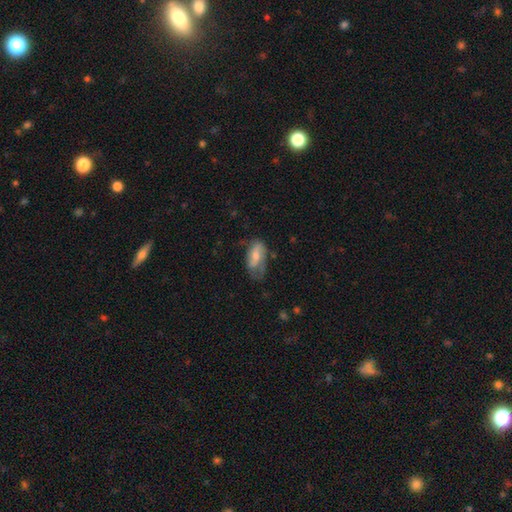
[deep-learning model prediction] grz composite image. It shows a smooth galaxy with no disk features (55%) that is in between round and cigar-shaped (89%). Merging: none (41%).